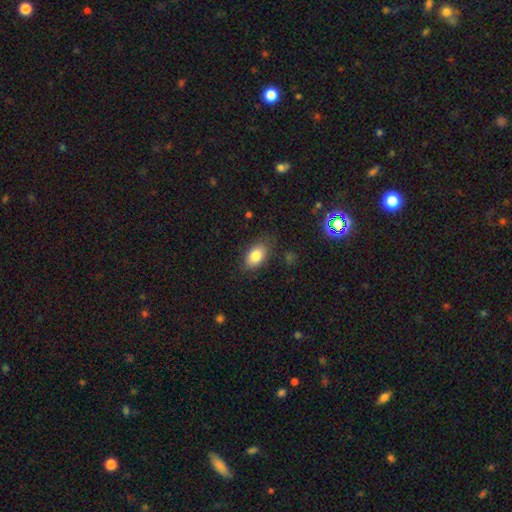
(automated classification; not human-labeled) A smooth galaxy with no disk features (83%) that is in between round and cigar-shaped (89%).

Vote fractions:
- Smooth or featured? smooth: 83% / featured or disk: 9% / star or artifact: 8%
- How rounded? in between: 89% / round: 9% / cigar-shaped: 2%
- Merging? none: 79% / minor disturbance: 16% / major disturbance: 4% / merger: 1%